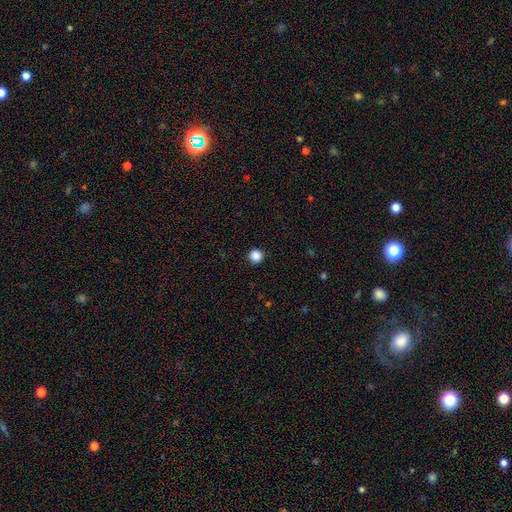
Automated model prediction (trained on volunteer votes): Q: Smooth or featured?
A: smooth (87%); runner-up: star or artifact (11%)
Q: How rounded?
A: round (95%); runner-up: in between (4%)
Q: Merging?
A: none (93%); runner-up: minor disturbance (5%)